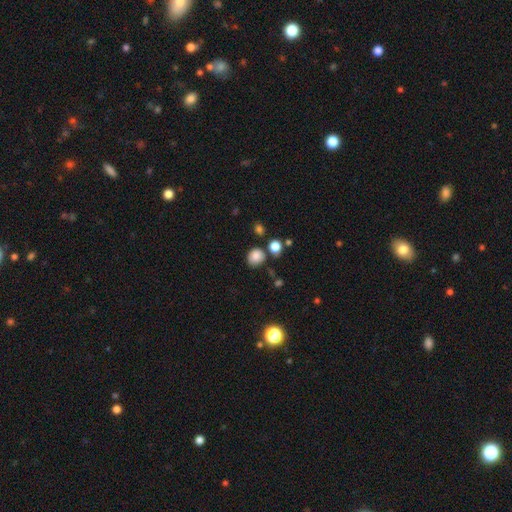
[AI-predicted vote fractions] Overall: smooth (82%). How rounded: round (77%). Merging: none (74%).